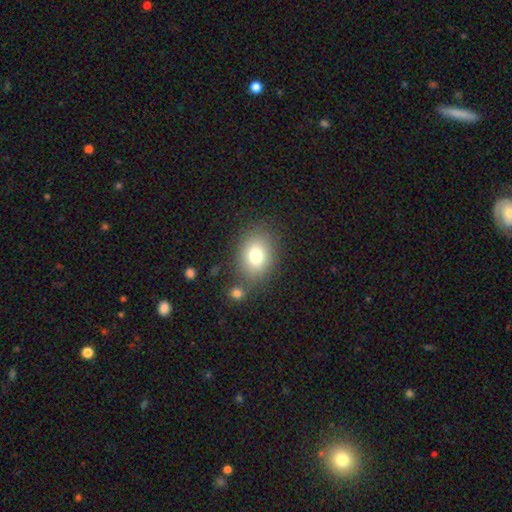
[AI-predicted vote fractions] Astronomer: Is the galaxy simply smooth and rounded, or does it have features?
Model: smooth — 78%.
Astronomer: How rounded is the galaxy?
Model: in between — 60% (runner-up: round, 39%).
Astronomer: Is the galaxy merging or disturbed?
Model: none — 73%.